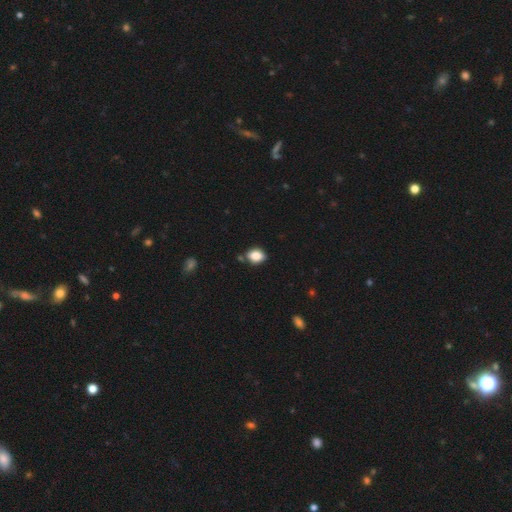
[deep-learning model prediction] Morphology: type=smooth (85%); roundness=in between (62%); merging=none (74%).